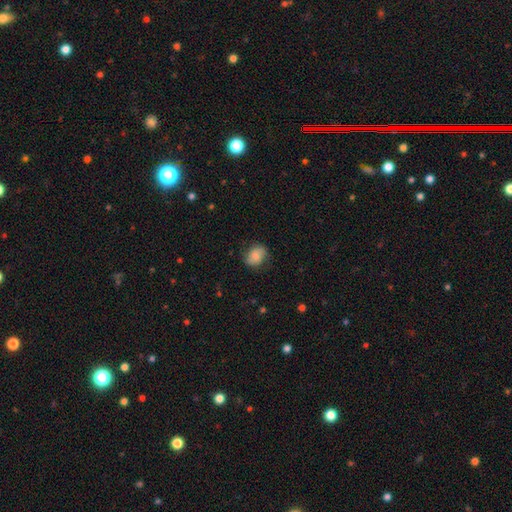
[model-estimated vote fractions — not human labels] Morphology: type=smooth (67%); roundness=round (50%); merging=none (73%).